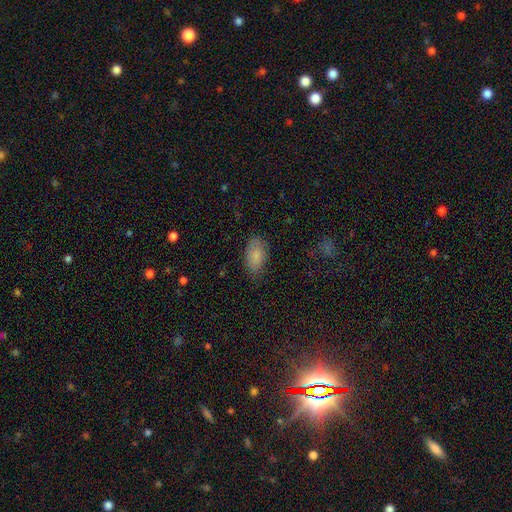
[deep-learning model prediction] Smooth or featured?
  - smooth: 83% *
  - featured or disk: 9%
  - star or artifact: 8%
How rounded?
  - in between: 93% *
  - round: 5%
  - cigar-shaped: 2%
Merging?
  - none: 74% *
  - minor disturbance: 20%
  - major disturbance: 4%
  - merger: 1%